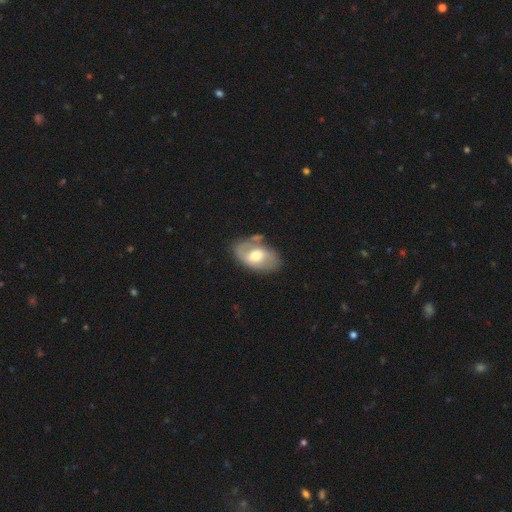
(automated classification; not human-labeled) smooth_or_featured: featured or disk (p=0.55) [alt: smooth p=0.39]
disk_edge_on: no (p=0.94) [alt: yes p=0.06]
bar: no (p=0.43) [alt: weak p=0.42]
has_spiral_arms: yes (p=0.64) [alt: no p=0.36]
bulge_size: moderate (p=0.68) [alt: large p=0.18]
merging: none (p=0.58) [alt: minor disturbance p=0.23]